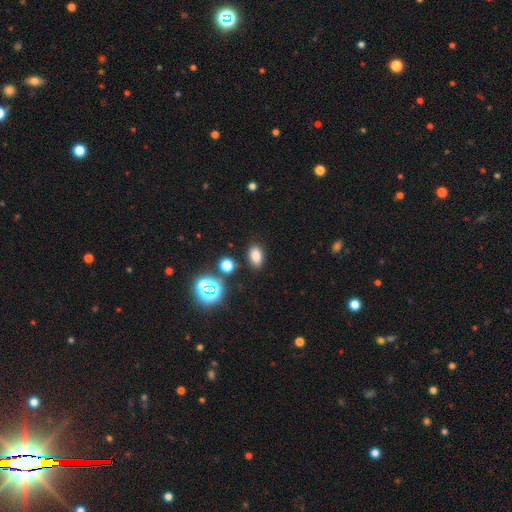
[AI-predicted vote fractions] The model was most divided on "smooth or featured": smooth: 76%, star or artifact: 17%, featured or disk: 7%. More confident: how rounded — in between (86%); merging — none (85%).